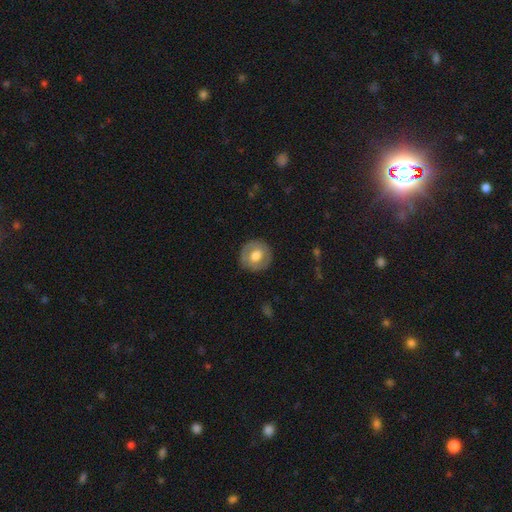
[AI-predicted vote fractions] A smooth galaxy with no disk features (59%) that is round (88%).

Vote fractions:
- Smooth or featured? smooth: 59% / featured or disk: 34% / star or artifact: 6%
- How rounded? round: 88% / in between: 11% / cigar-shaped: 1%
- Merging? none: 86% / minor disturbance: 10% / major disturbance: 3% / merger: 1%